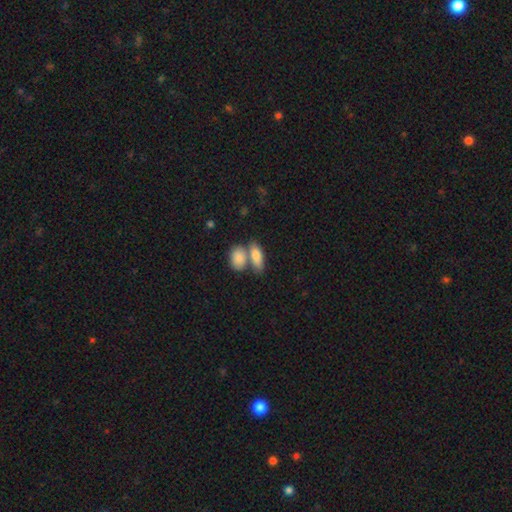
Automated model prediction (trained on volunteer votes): Smooth or featured? Predicted: smooth (p=0.83). How rounded? Predicted: in between (p=0.81). Merging? Predicted: merger (p=0.48).